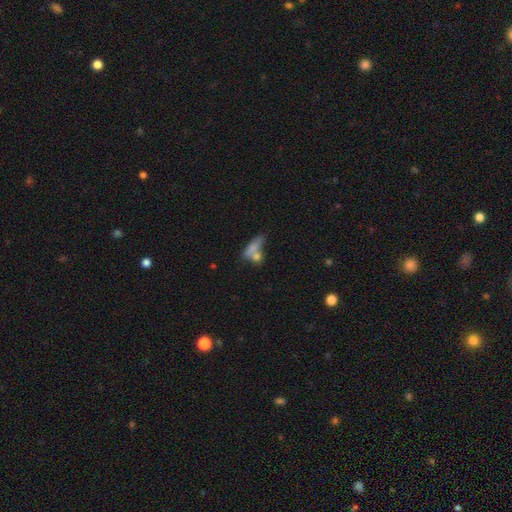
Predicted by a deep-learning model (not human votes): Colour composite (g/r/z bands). It shows a smooth galaxy with no disk features (70%) that is in between round and cigar-shaped (54%). Merging: merger (43%).